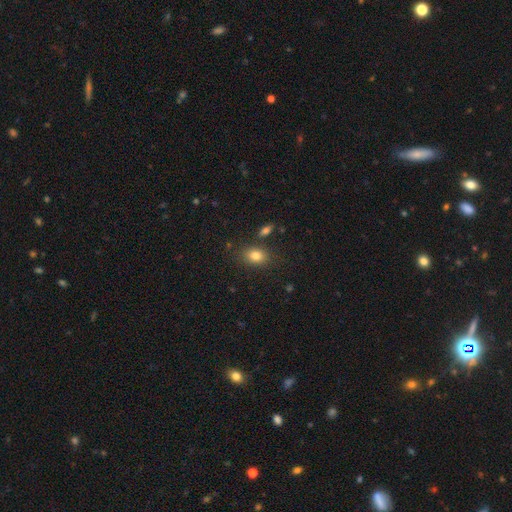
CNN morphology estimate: This appears to be a smooth galaxy with no disk features (81%) that is in between round and cigar-shaped (73%). Merging: none (80%).